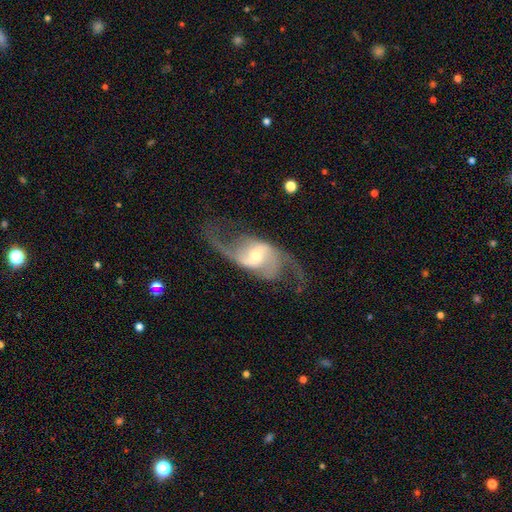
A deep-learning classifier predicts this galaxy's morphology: Smooth or featured? Predicted: featured or disk (p=0.87). Edge-on disk? Predicted: no (p=0.96). Bar? Predicted: weak (p=0.44). Spiral arms? Predicted: yes (p=0.95). Spiral winding? Predicted: loose (p=0.67). Spiral arm count? Predicted: 2 (p=0.91). Bulge size? Predicted: small (p=0.50). Merging? Predicted: none (p=0.65).